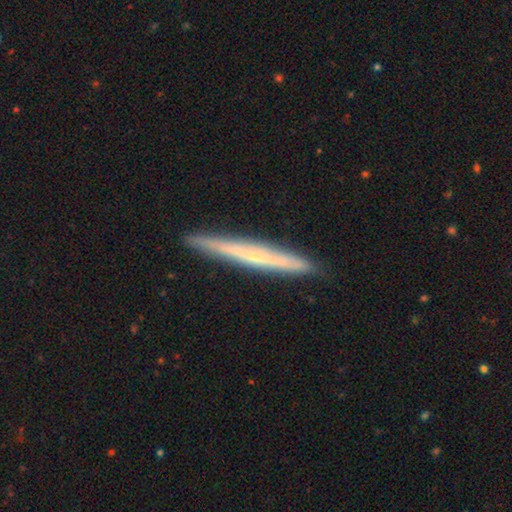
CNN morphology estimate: A featured or disk galaxy (58%) viewed edge-on (96%) with no central bulge (69%).

Vote fractions:
- Smooth or featured? featured or disk: 58% / smooth: 36% / star or artifact: 6%
- Edge-on disk? yes: 96% / no: 4%
- Edge-on bulge? none: 69% / rounded: 26% / boxy: 5%
- Merging? none: 91% / minor disturbance: 6% / major disturbance: 1% / merger: 1%